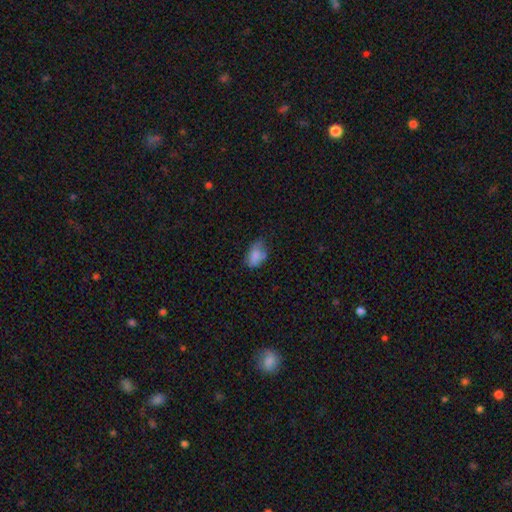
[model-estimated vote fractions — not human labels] smooth 78%, featured or disk 13%, star or artifact 9%. Down the decision tree: how rounded — in between (87%); merging — none (49%).